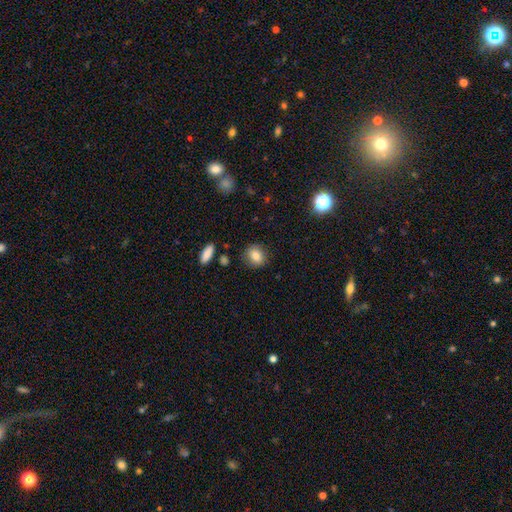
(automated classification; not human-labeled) The model was most divided on "how rounded": round: 65%, in between: 33%, cigar-shaped: 1%. More confident: merging — none (84%); smooth or featured — smooth (82%).